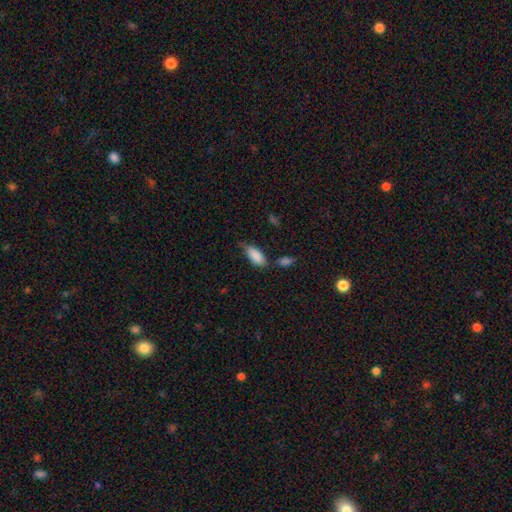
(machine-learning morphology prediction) A smooth galaxy with no disk features (86%) that is in between round and cigar-shaped (88%). Merging: none (49%).